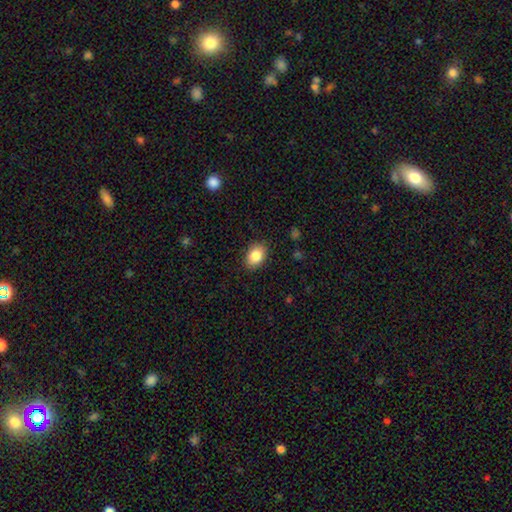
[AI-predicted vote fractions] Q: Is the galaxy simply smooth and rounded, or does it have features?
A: smooth — 85%.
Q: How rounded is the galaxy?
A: in between — 78%.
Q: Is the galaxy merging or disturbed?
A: none — 86%.